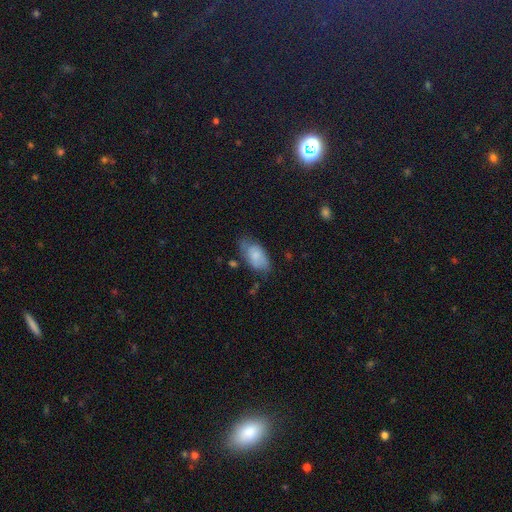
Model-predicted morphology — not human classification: This is likely a smooth galaxy (71%). How rounded: clearly in between (93%). Merging: possibly none (60%).